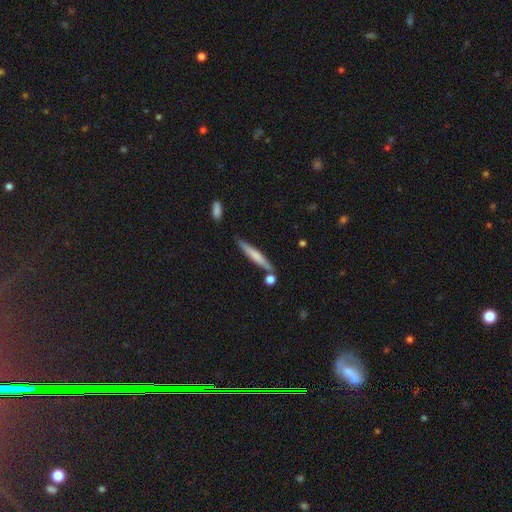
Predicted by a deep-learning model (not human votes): This appears to be a smooth galaxy with no disk features (63%) that is cigar-shaped (93%). Merging: none (77%).